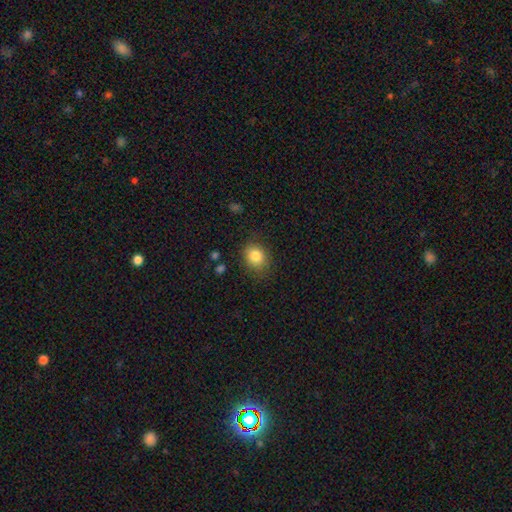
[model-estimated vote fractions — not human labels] smooth_or_featured: smooth (p=0.82) [alt: star or artifact p=0.10]
how_rounded: round (p=0.59) [alt: in between p=0.40]
merging: none (p=0.81) [alt: minor disturbance p=0.14]